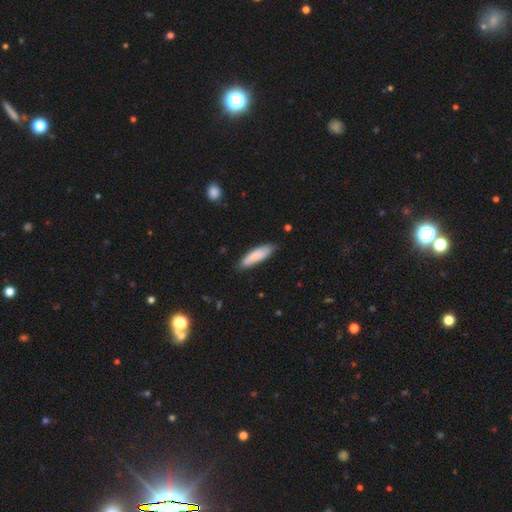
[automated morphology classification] Q: Smooth or featured?
A: smooth (83%); runner-up: featured or disk (12%)
Q: How rounded?
A: cigar-shaped (56%); runner-up: in between (42%)
Q: Merging?
A: none (79%); runner-up: minor disturbance (17%)